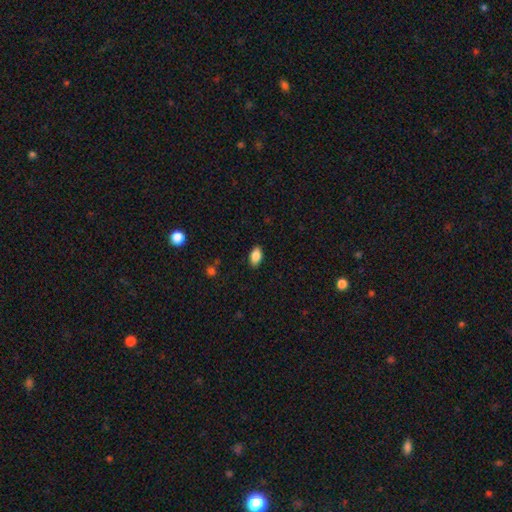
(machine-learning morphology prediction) smooth 86%, star or artifact 8%, featured or disk 6%. Down the decision tree: how rounded — in between (92%); merging — none (88%).